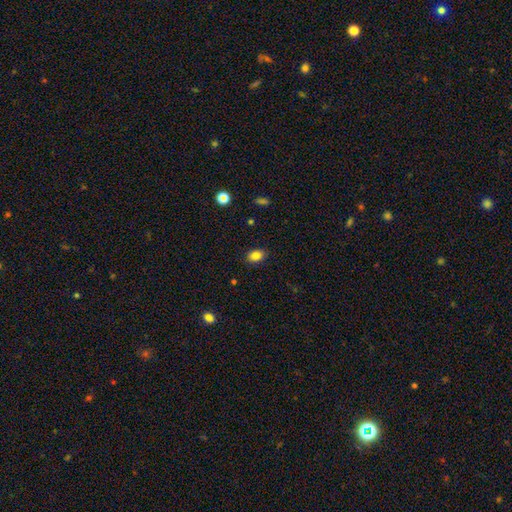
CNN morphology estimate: Smooth or featured?
  - smooth: 84% *
  - star or artifact: 10%
  - featured or disk: 6%
How rounded?
  - in between: 78% *
  - round: 21%
  - cigar-shaped: 1%
Merging?
  - none: 88% *
  - minor disturbance: 9%
  - major disturbance: 2%
  - merger: 1%